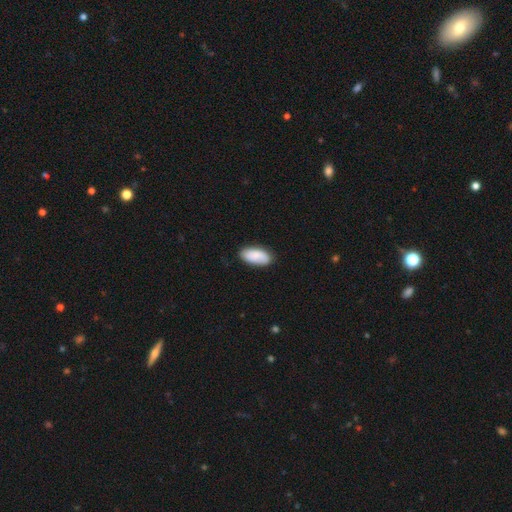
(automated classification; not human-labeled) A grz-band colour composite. It shows a smooth galaxy with no disk features (80%) that is in between round and cigar-shaped (93%). Merging: none (82%).